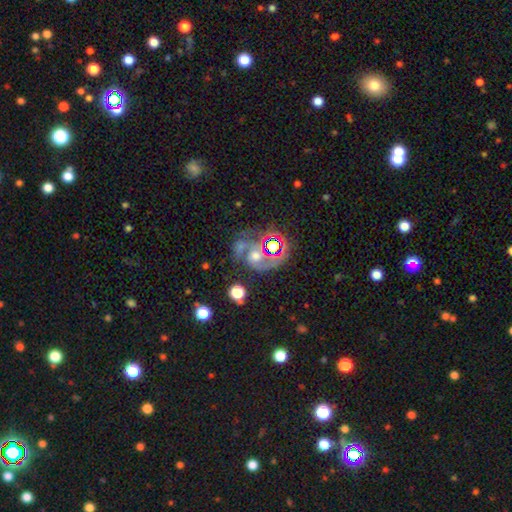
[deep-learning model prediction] Smooth or featured? featured or disk (54%)
Edge-on disk? no (97%)
Bar? no (67%)
Spiral arms? yes (80%)
Bulge size? moderate (53%)
Merging? none (40%)